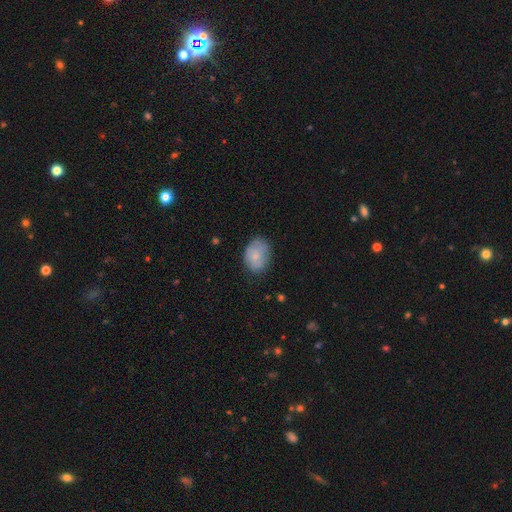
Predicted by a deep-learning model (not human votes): Overall: smooth (70%). How rounded: in between (70%). Merging: none (66%).